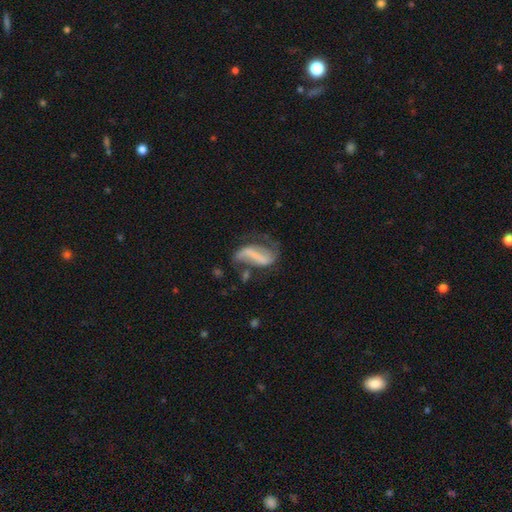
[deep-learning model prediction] Smooth or featured?
  - featured or disk: 69% *
  - smooth: 22%
  - star or artifact: 9%
Edge-on disk?
  - no: 94% *
  - yes: 6%
Bar?
  - strong: 55% *
  - weak: 25%
  - no: 20%
Spiral arms?
  - yes: 77% *
  - no: 23%
Spiral winding?
  - loose: 58% *
  - medium: 29%
  - tight: 13%
Spiral arm count?
  - 2: 73% *
  - 1: 16%
  - can't tell: 8%
  - 3: 1%
  - 4: 1%
  - more than 4: 1%
Bulge size?
  - none: 62% *
  - small: 22%
  - moderate: 9%
  - large: 4%
  - dominant: 2%
Merging?
  - none: 36% *
  - major disturbance: 35%
  - minor disturbance: 21%
  - merger: 8%